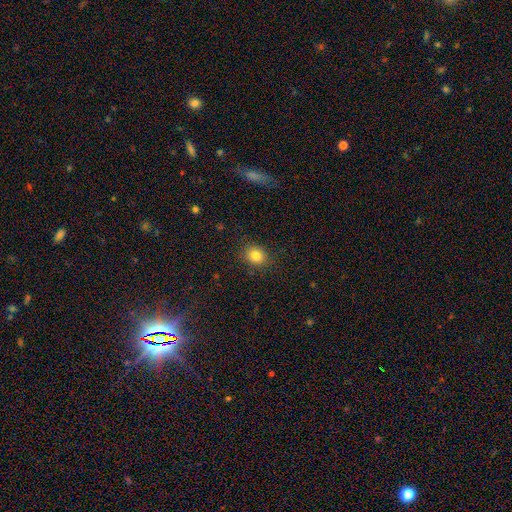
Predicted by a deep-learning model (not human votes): Q: Smooth or featured?
A: smooth (82%); runner-up: star or artifact (11%)
Q: How rounded?
A: round (63%); runner-up: in between (36%)
Q: Merging?
A: none (87%); runner-up: minor disturbance (9%)